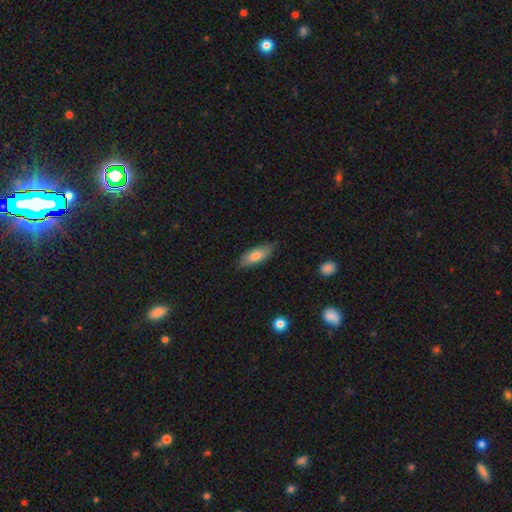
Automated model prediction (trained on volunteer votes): smooth_or_featured: smooth (p=0.74) [alt: featured or disk p=0.20]
how_rounded: in between (p=0.80) [alt: cigar-shaped p=0.18]
merging: none (p=0.79) [alt: minor disturbance p=0.17]